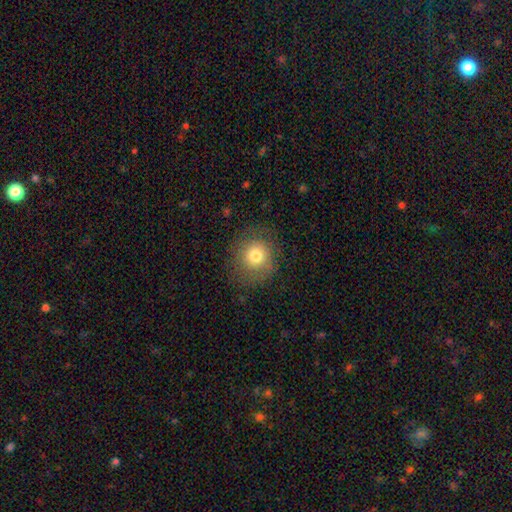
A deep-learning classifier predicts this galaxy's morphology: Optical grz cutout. It shows a smooth galaxy with no disk features (76%) that is round (88%). Merging: none (79%).